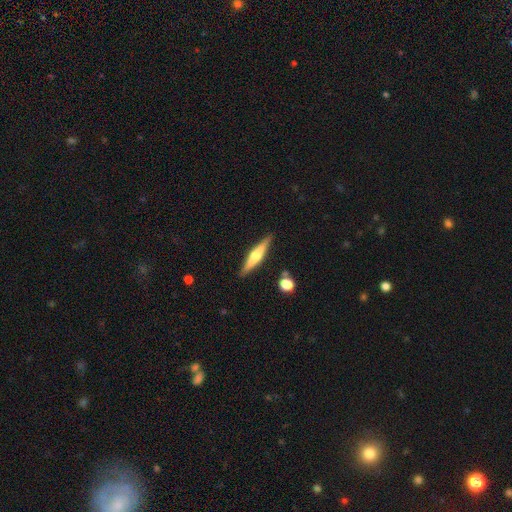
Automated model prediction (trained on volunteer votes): Smooth or featured? Predicted: featured or disk (p=0.66). Edge-on disk? Predicted: yes (p=0.97). Edge-on bulge? Predicted: rounded (p=0.90). Merging? Predicted: none (p=0.88).